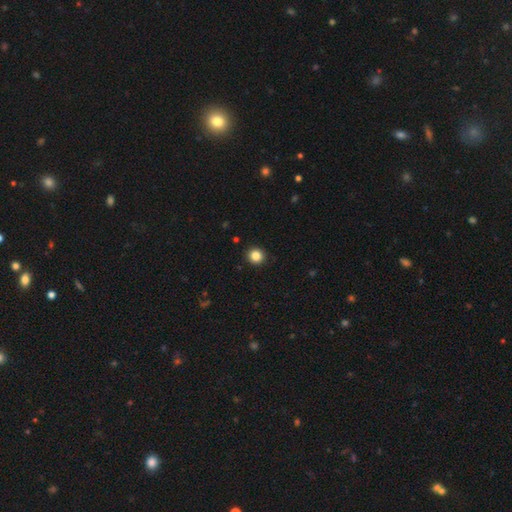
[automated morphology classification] A smooth galaxy with no disk features (85%) that is round (92%). Merging: none (93%).